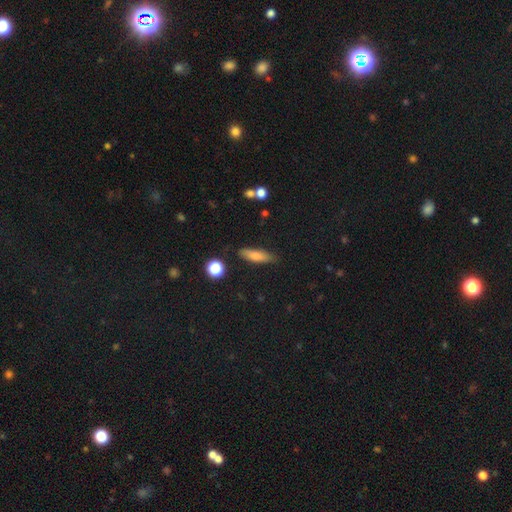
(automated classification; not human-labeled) Smooth or featured?
  - smooth: 76% *
  - featured or disk: 17%
  - star or artifact: 8%
How rounded?
  - cigar-shaped: 62% *
  - in between: 36%
  - round: 3%
Merging?
  - none: 83% *
  - minor disturbance: 12%
  - major disturbance: 3%
  - merger: 2%